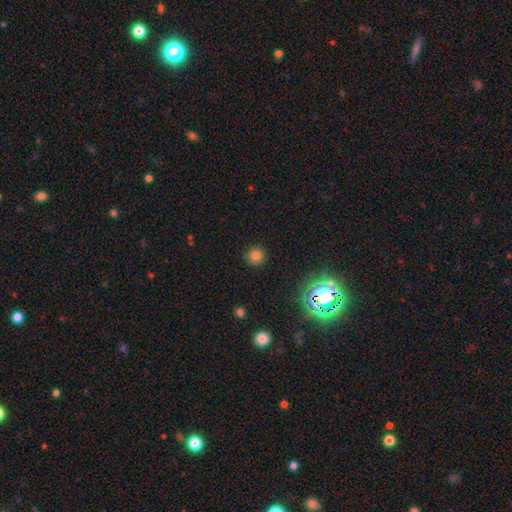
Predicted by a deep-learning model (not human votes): Smooth or featured? smooth (77%)
How rounded? round (93%)
Merging? none (90%)